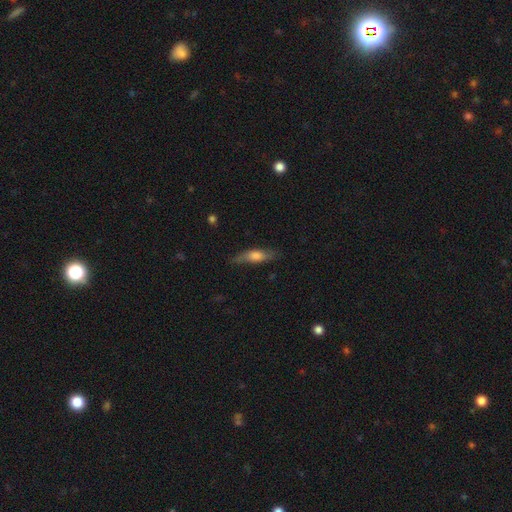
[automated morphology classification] type=smooth (58%); roundness=cigar-shaped (59%); merging=none (75%).